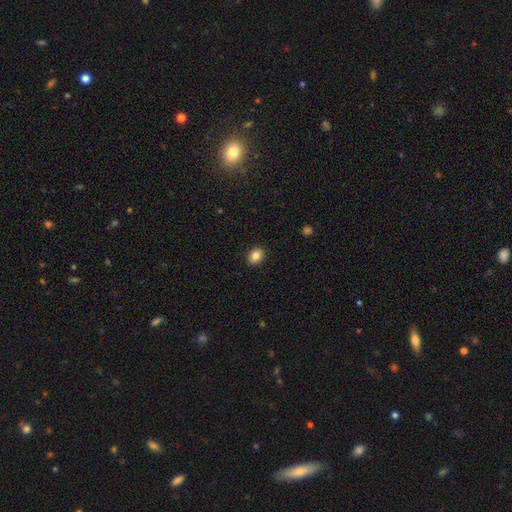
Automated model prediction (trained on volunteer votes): smooth_or_featured: smooth (p=0.84) [alt: star or artifact p=0.09]
how_rounded: in between (p=0.56) [alt: round p=0.43]
merging: none (p=0.91) [alt: minor disturbance p=0.06]